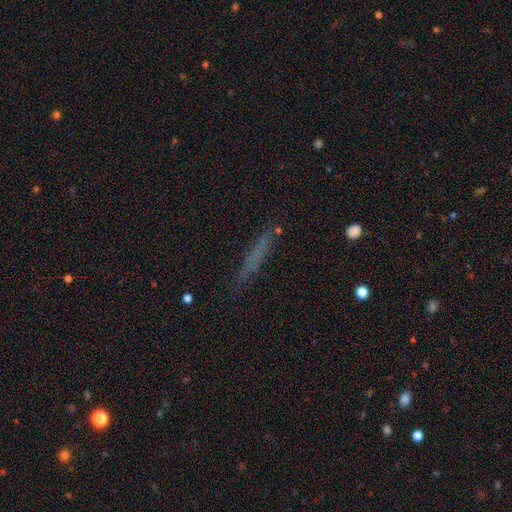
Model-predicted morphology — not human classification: Overall: smooth (60%; featured or disk 28%). How rounded: cigar-shaped (93%). Merging: none (82%).